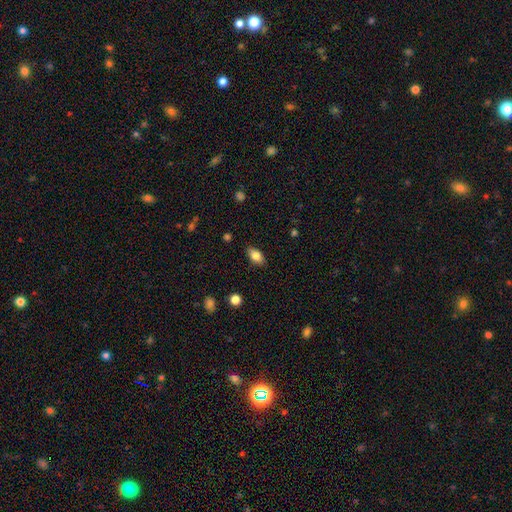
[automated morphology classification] A smooth galaxy with no disk features (81%) that is in between round and cigar-shaped (90%).

Vote fractions:
- Smooth or featured? smooth: 81% / featured or disk: 11% / star or artifact: 8%
- How rounded? in between: 90% / round: 6% / cigar-shaped: 4%
- Merging? none: 87% / minor disturbance: 10% / major disturbance: 2% / merger: 1%